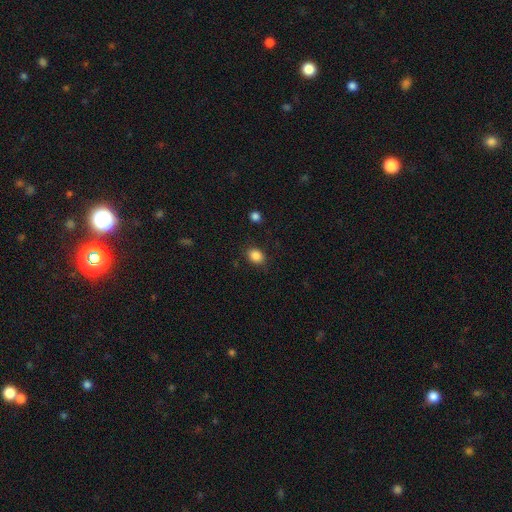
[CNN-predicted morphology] This appears to be a smooth galaxy with no disk features (86%) that is in between round and cigar-shaped (60%). Merging: none (84%).